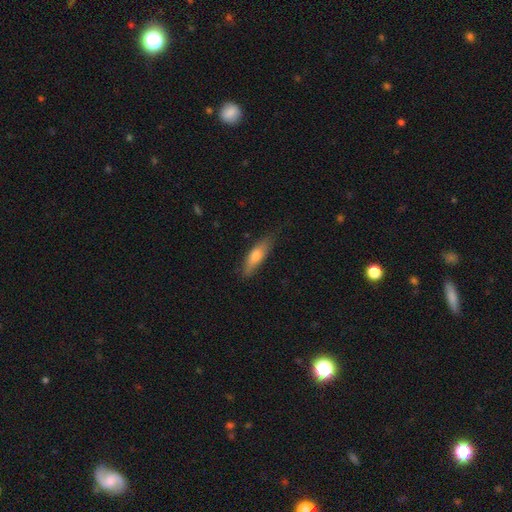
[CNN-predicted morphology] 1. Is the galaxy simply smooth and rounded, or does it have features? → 63% smooth, 31% featured or disk, 6% star or artifact.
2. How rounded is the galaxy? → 65% cigar-shaped, 33% in between, 2% round.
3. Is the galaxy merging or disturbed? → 79% none, 17% minor disturbance, 3% major disturbance, 1% merger.